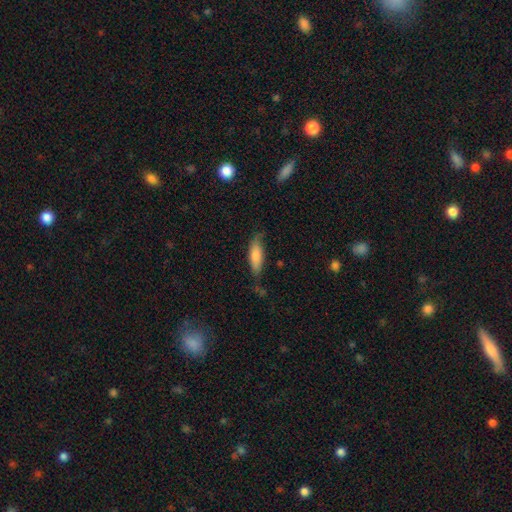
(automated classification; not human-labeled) Overall: smooth (78%). How rounded: in between (50%; cigar-shaped 49%). Merging: none (64%; minor disturbance 27%).